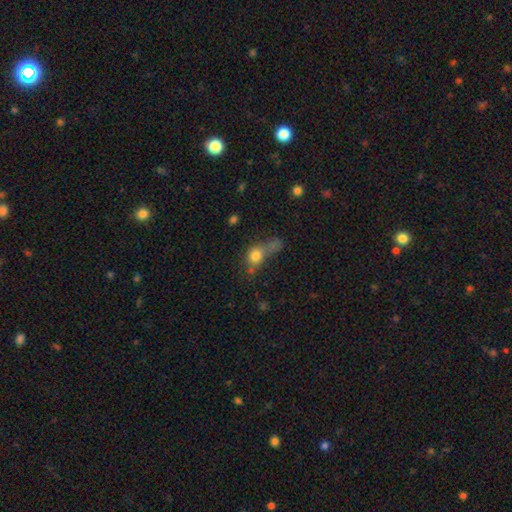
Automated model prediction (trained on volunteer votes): Overall: smooth (74%). How rounded: round (58%; in between 36%). Merging: merger (31%; major disturbance 27%).